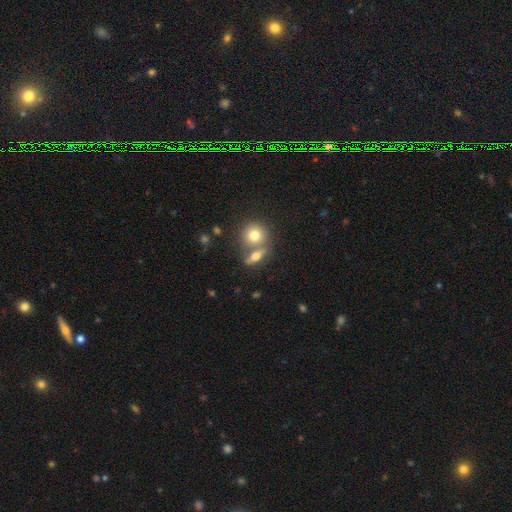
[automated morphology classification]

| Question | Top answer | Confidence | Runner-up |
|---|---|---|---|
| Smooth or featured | smooth | 65% | featured or disk (25%) |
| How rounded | in between | 48% | round (39%) |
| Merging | none | 45% | merger (42%) |